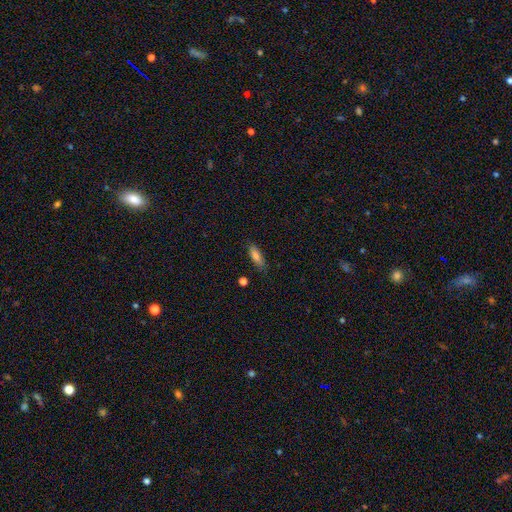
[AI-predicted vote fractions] Smooth or featured? Predicted: smooth (p=0.80). How rounded? Predicted: in between (p=0.57). Merging? Predicted: none (p=0.80).